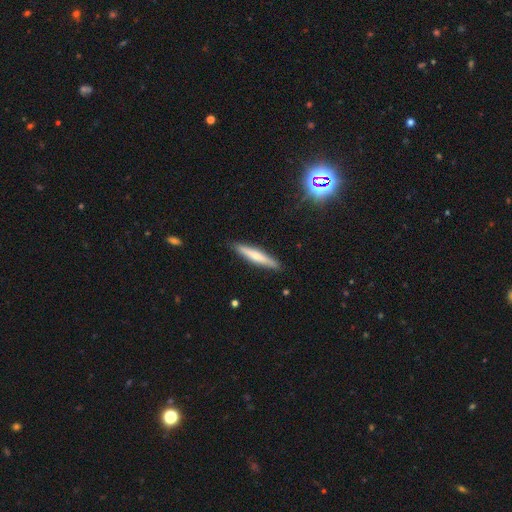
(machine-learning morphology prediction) smooth-or-featured: smooth: 53% | featured or disk: 40% | star or artifact: 6%
  how-rounded: cigar-shaped: 91% | in between: 7% | round: 1%
  merging: none: 89% | minor disturbance: 9% | major disturbance: 2% | merger: 1%